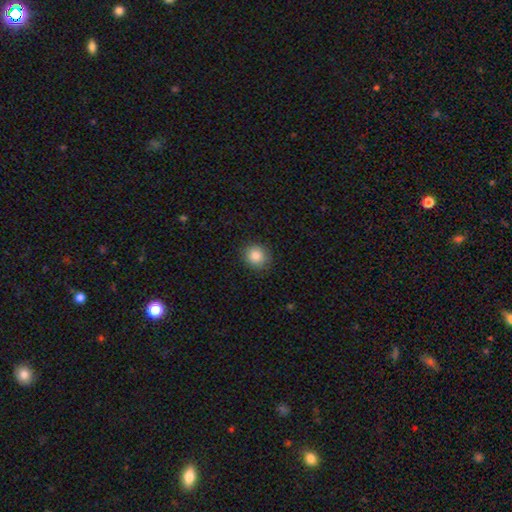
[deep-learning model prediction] Morphology: type=smooth (85%); roundness=round (89%); merging=none (88%).